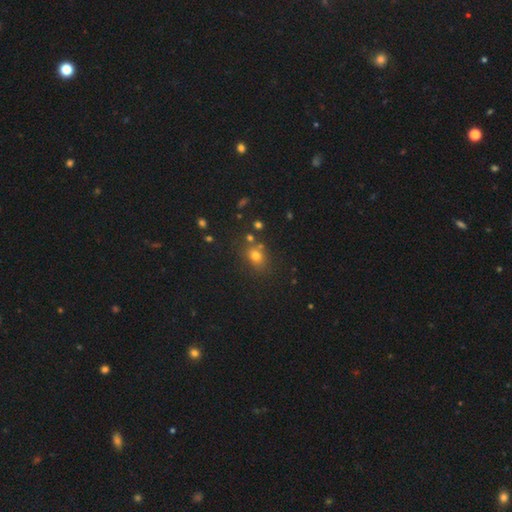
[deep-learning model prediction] The model was most divided on "how rounded": round: 52%, in between: 46%, cigar-shaped: 2%. More confident: merging — none (71%); smooth or featured — smooth (69%).